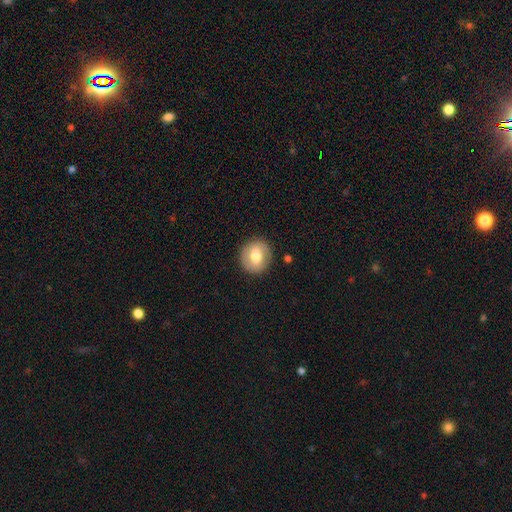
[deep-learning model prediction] This is likely a smooth galaxy (65%). How rounded: clearly round (86%). Merging: clearly none (88%).